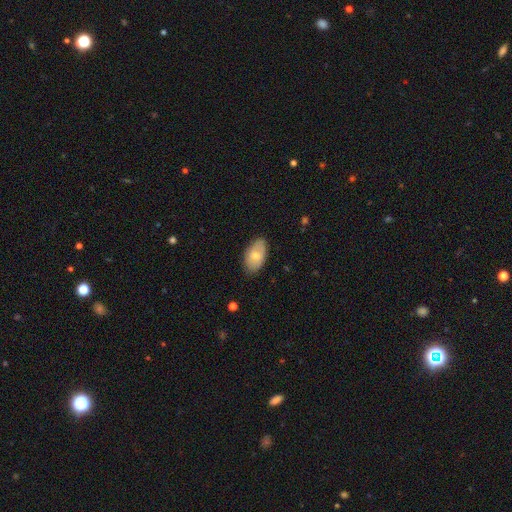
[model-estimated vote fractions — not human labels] This is likely a smooth galaxy (70%). How rounded: clearly in between (93%). Merging: clearly none (81%).